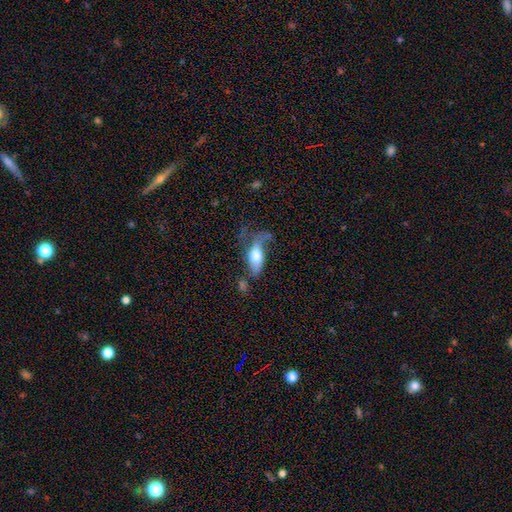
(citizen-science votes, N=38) This appears to be a smooth galaxy with no disk features (76%) that is in between round and cigar-shaped (79%). Merging: major disturbance (62%).